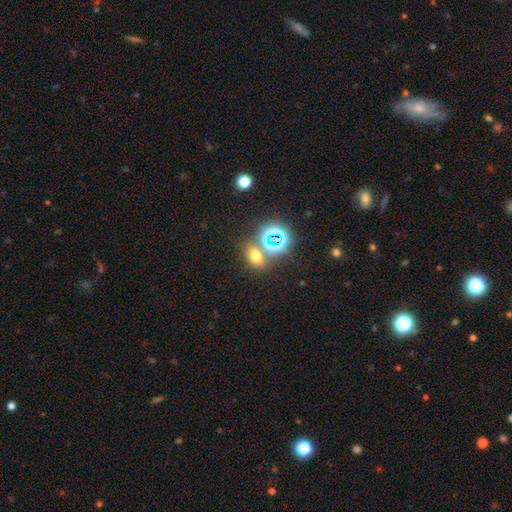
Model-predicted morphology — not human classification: Smooth or featured: smooth — 58% (star or artifact — 33%)
How rounded: in between — 56% (round — 42%)
Merging: none — 68% (merger — 19%)